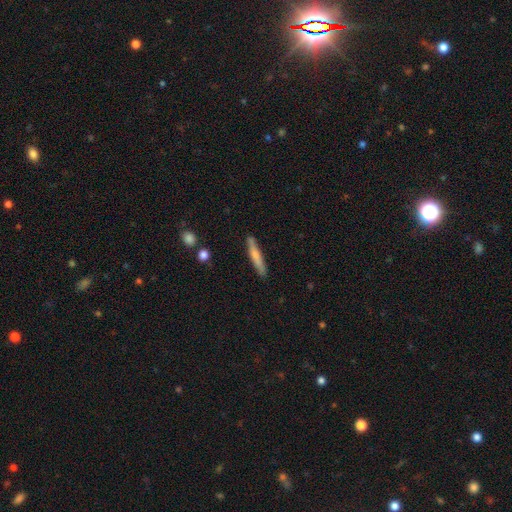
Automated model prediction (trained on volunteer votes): A smooth galaxy with no disk features (62%) that is cigar-shaped (93%).

Vote fractions:
- Smooth or featured? smooth: 62% / featured or disk: 33% / star or artifact: 6%
- How rounded? cigar-shaped: 93% / in between: 6% / round: 2%
- Merging? none: 85% / minor disturbance: 11% / merger: 2% / major disturbance: 2%